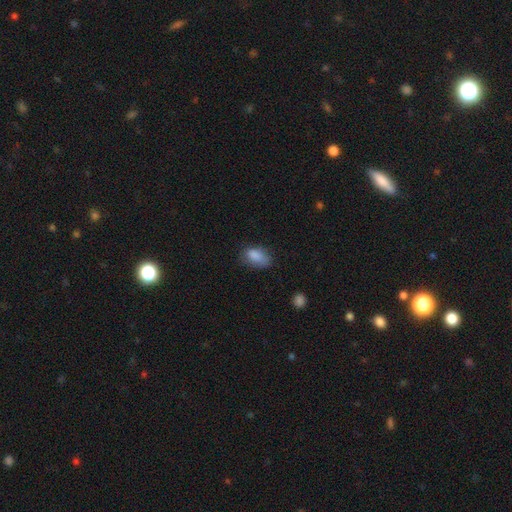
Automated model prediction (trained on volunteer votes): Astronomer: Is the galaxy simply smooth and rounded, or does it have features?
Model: smooth — 85%.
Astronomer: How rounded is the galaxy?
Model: in between — 90%.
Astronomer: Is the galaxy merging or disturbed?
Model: none — 59%.